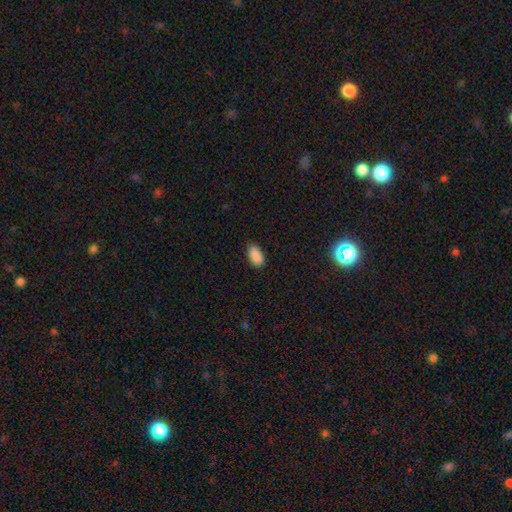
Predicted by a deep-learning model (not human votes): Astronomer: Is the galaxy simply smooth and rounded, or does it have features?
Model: smooth — 89%.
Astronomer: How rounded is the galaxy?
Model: in between — 92%.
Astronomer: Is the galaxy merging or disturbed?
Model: none — 81%.